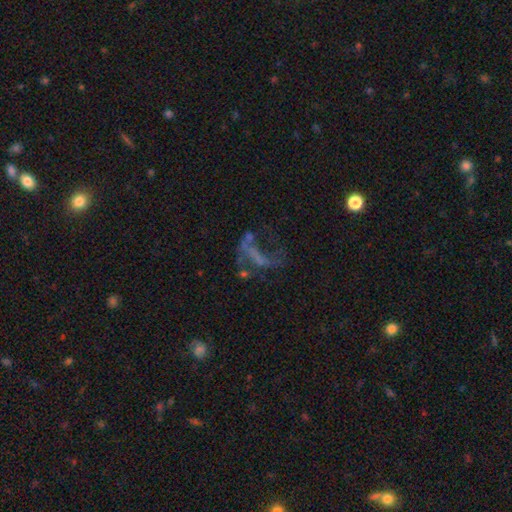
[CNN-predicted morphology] Q: Smooth or featured?
A: featured or disk (50%); runner-up: star or artifact (26%)
Q: Merging?
A: major disturbance (43%); runner-up: none (30%)